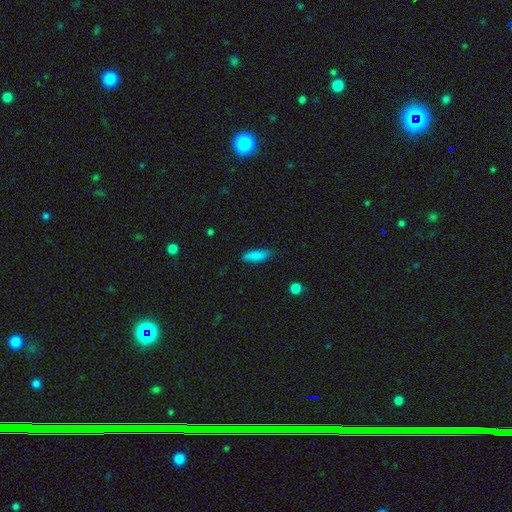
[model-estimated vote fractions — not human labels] Overall: smooth (86%). How rounded: in between (66%; cigar-shaped 32%). Merging: none (79%).